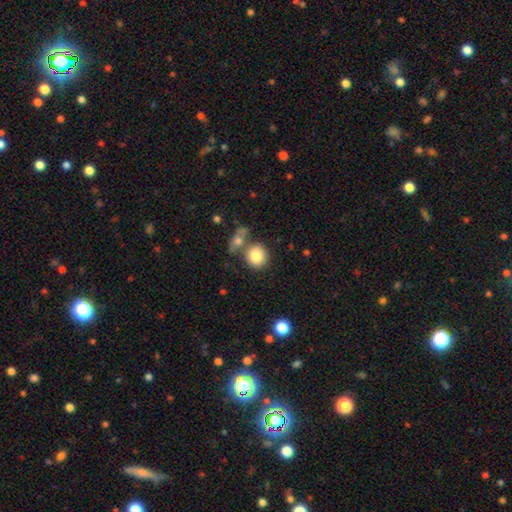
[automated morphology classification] Smooth or featured: smooth — 82% (featured or disk — 10%)
How rounded: round — 80% (in between — 19%)
Merging: none — 56% (merger — 29%)